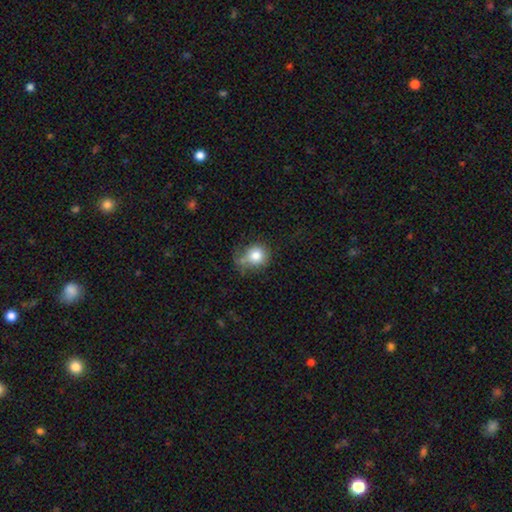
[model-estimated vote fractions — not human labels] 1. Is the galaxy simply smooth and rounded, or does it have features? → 81% smooth, 10% star or artifact, 10% featured or disk.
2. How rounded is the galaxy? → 83% round, 16% in between, 1% cigar-shaped.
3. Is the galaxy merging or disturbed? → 48% none, 29% minor disturbance, 14% major disturbance, 9% merger.